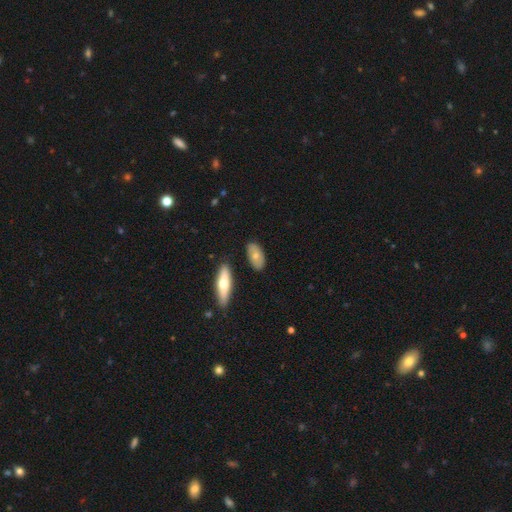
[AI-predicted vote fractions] smooth-or-featured: smooth: 59% | featured or disk: 34% | star or artifact: 6%
  how-rounded: in between: 88% | cigar-shaped: 8% | round: 4%
  merging: none: 80% | minor disturbance: 14% | merger: 3% | major disturbance: 3%